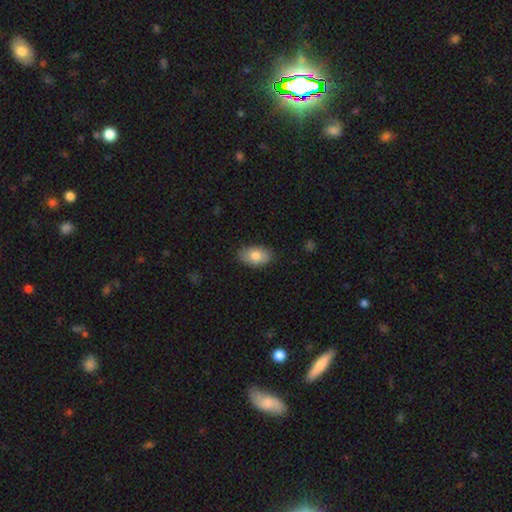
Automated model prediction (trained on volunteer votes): smooth 80%, featured or disk 13%, star or artifact 7%. Down the decision tree: how rounded — in between (91%); merging — none (85%).